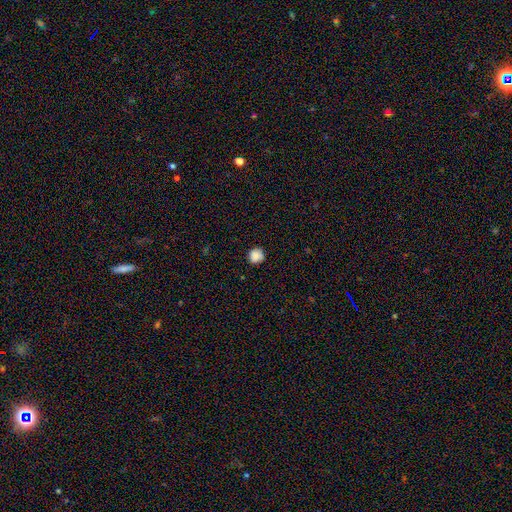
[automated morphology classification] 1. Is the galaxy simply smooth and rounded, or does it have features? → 86% smooth, 10% star or artifact, 4% featured or disk.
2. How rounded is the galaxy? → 92% round, 7% in between, 1% cigar-shaped.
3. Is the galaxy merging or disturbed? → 84% none, 12% minor disturbance, 2% major disturbance, 1% merger.